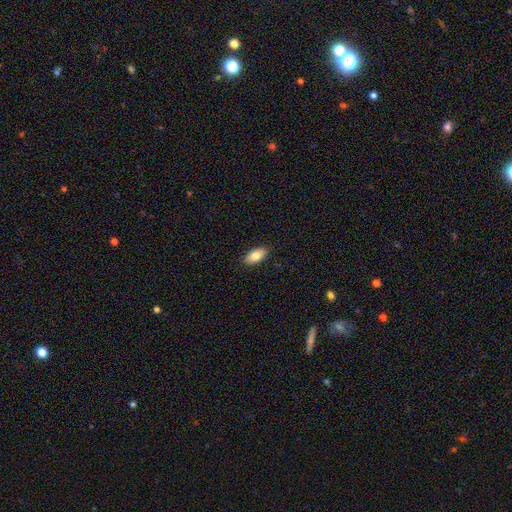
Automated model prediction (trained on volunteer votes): Smooth or featured? smooth (81%)
How rounded? in between (90%)
Merging? none (89%)